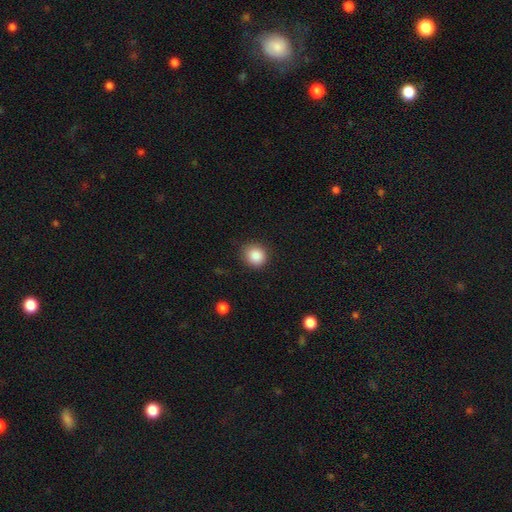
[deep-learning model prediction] The model was most divided on "how rounded": round: 80%, in between: 19%, cigar-shaped: 1%. More confident: smooth or featured — smooth (87%); merging — none (84%).